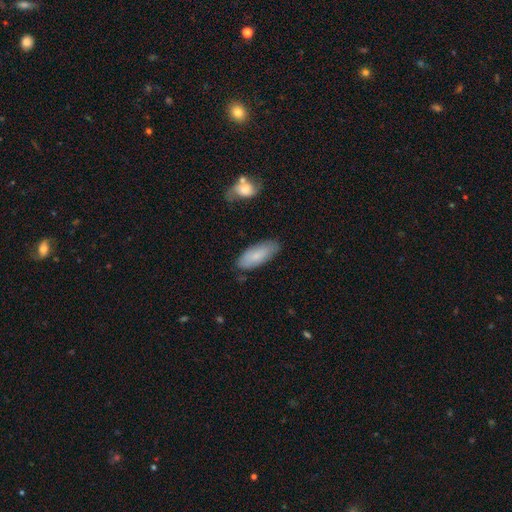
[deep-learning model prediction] smooth-or-featured: smooth: 78% | featured or disk: 16% | star or artifact: 6%
  how-rounded: in between: 80% | cigar-shaped: 18% | round: 2%
  merging: none: 77% | minor disturbance: 18% | major disturbance: 3% | merger: 2%